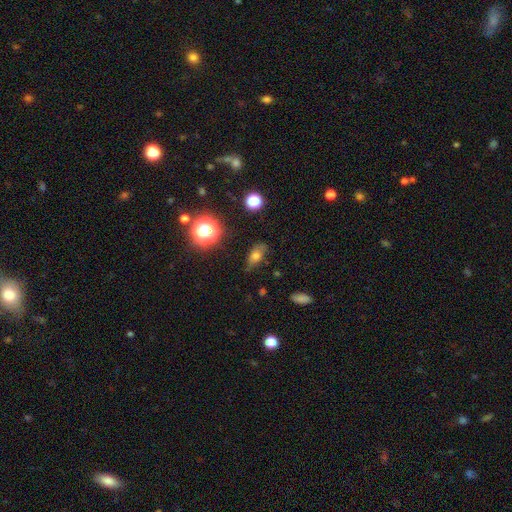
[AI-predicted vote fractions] smooth-or-featured: smooth: 66% | featured or disk: 18% | star or artifact: 16%
  how-rounded: in between: 75% | round: 14% | cigar-shaped: 11%
  merging: none: 72% | minor disturbance: 20% | major disturbance: 6% | merger: 2%